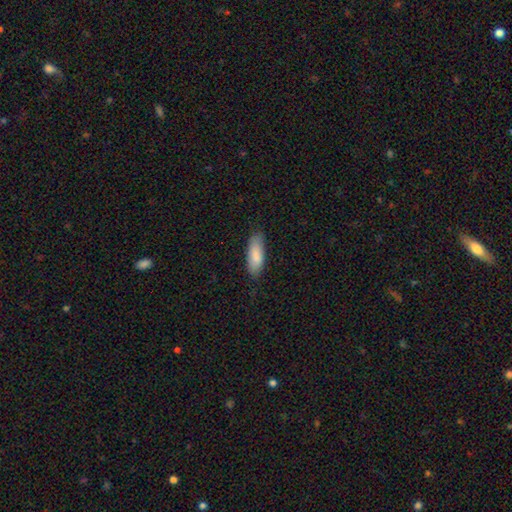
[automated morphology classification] This appears to be a smooth galaxy with no disk features (87%) that is in between round and cigar-shaped (70%). Merging: none (80%).